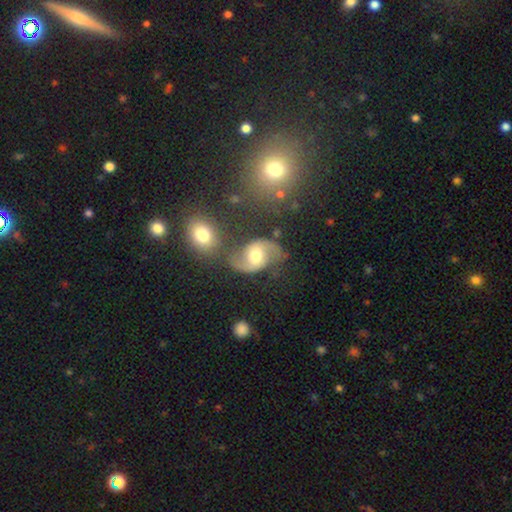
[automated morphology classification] smooth-or-featured: featured or disk: 80% | smooth: 13% | star or artifact: 7%
  disk-edge-on: no: 98% | yes: 2%
    bar: weak: 44% | no: 42% | strong: 14%
    has-spiral-arms: yes: 93% | no: 7%
      spiral-winding: loose: 52% | medium: 40% | tight: 9%
      spiral-arm-count: 2: 93% | can't tell: 2% | 1: 2% | 3: 1% | 4: 1% | more than 4: 1%
    bulge-size: moderate: 71% | large: 13% | small: 12% | none: 2% | dominant: 1%
  merging: none: 63% | minor disturbance: 16% | merger: 13% | major disturbance: 8%